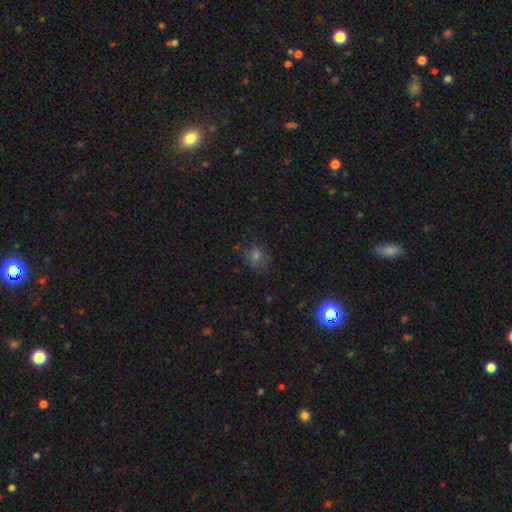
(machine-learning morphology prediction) Smooth or featured?
  - smooth: 62% *
  - star or artifact: 28%
  - featured or disk: 10%
How rounded?
  - round: 75% *
  - in between: 23%
  - cigar-shaped: 1%
Merging?
  - none: 78% *
  - minor disturbance: 16%
  - major disturbance: 5%
  - merger: 2%